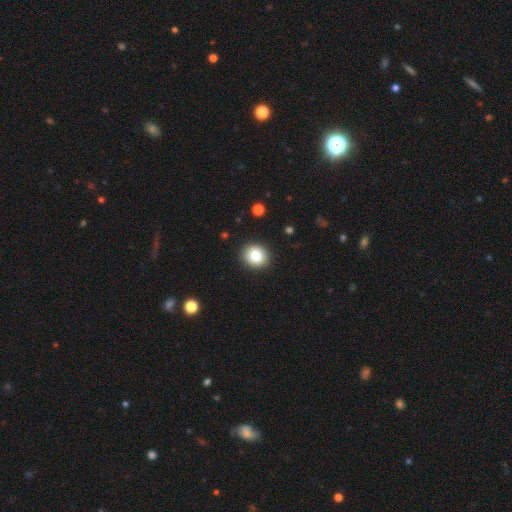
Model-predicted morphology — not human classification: smooth 81%, star or artifact 10%, featured or disk 9%. Down the decision tree: how rounded — round (78%); merging — none (90%).